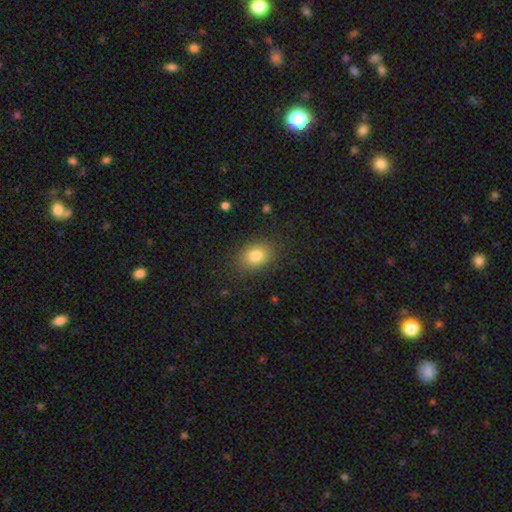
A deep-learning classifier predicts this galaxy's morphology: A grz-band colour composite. It shows a smooth galaxy with no disk features (81%) that is in between round and cigar-shaped (65%). Merging: none (85%).